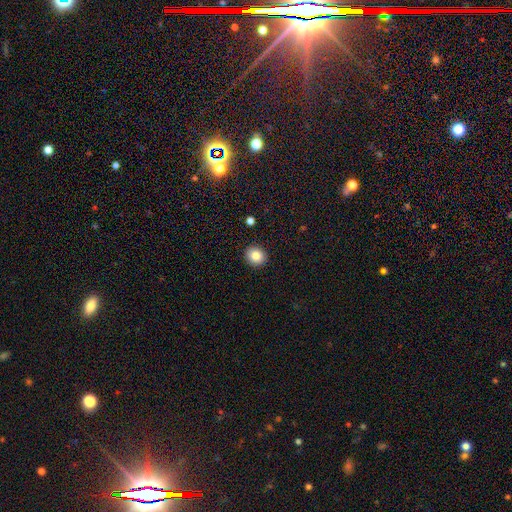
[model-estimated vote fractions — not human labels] smooth-or-featured: smooth: 85% | star or artifact: 9% | featured or disk: 6%
  how-rounded: round: 79% | in between: 20% | cigar-shaped: 1%
  merging: none: 92% | minor disturbance: 5% | major disturbance: 2% | merger: 1%